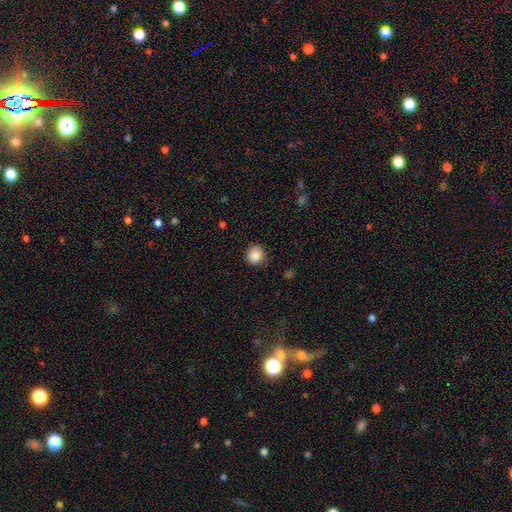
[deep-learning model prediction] This is clearly a smooth galaxy (87%). How rounded: clearly round (87%). Merging: clearly none (82%).